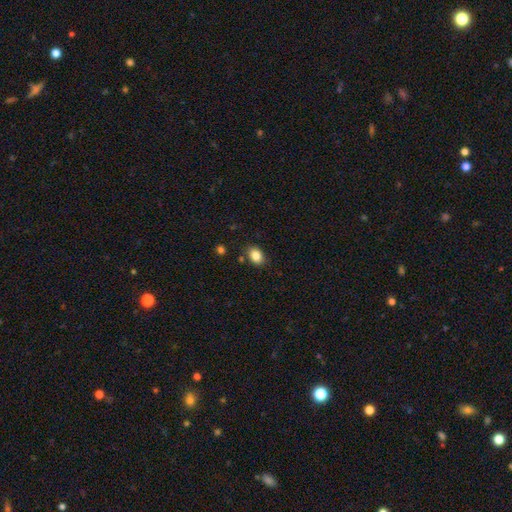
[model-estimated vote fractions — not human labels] Overall: smooth (85%). How rounded: in between (73%). Merging: none (82%).